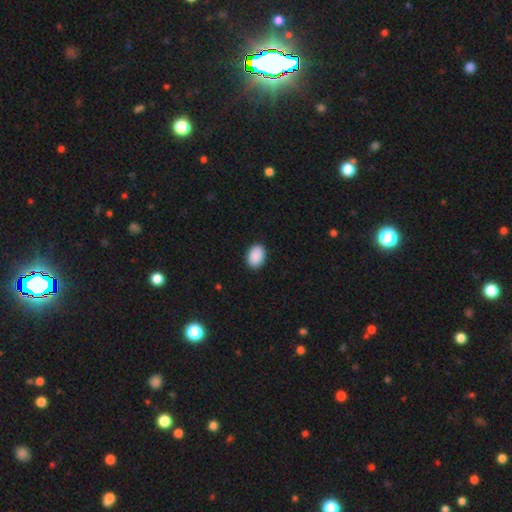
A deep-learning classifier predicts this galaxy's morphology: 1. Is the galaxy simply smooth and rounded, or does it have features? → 91% smooth, 7% star or artifact, 2% featured or disk.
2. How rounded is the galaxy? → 84% in between, 15% round, 1% cigar-shaped.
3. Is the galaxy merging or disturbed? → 90% none, 8% minor disturbance, 2% major disturbance, 1% merger.